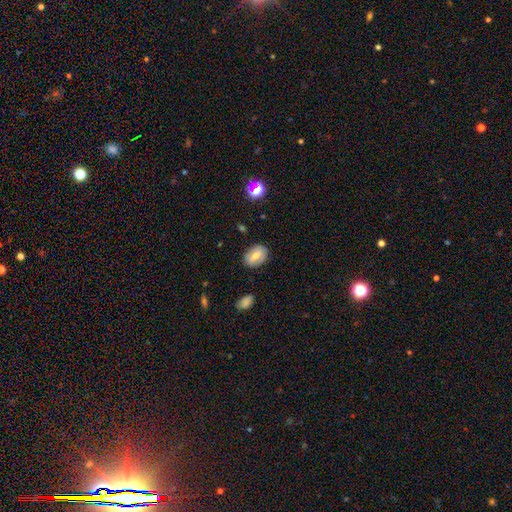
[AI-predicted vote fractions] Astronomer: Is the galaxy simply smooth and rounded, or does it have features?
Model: smooth — 59%.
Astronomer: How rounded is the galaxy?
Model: in between — 80%.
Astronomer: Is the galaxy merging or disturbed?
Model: none — 82%.